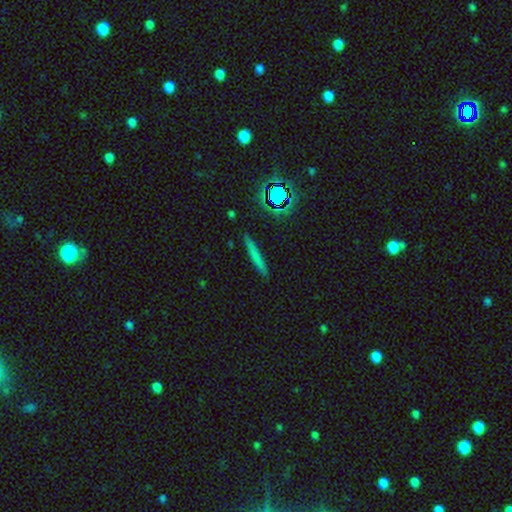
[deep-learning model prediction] Smooth or featured?
  - smooth: 66% *
  - featured or disk: 21%
  - star or artifact: 14%
How rounded?
  - cigar-shaped: 93% *
  - in between: 4%
  - round: 3%
Merging?
  - none: 88% *
  - minor disturbance: 8%
  - major disturbance: 2%
  - merger: 2%